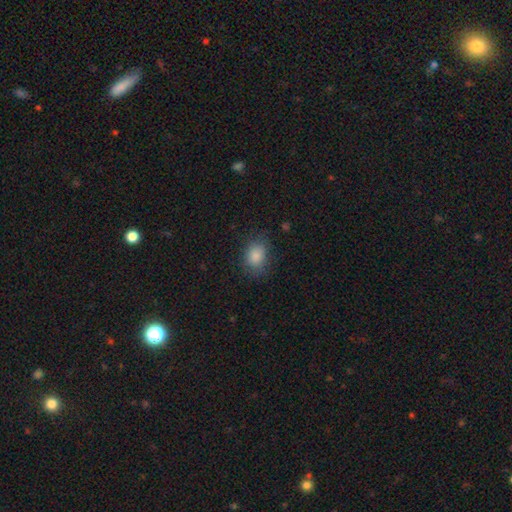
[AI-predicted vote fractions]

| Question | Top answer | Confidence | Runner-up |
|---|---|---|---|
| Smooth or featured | smooth | 85% | star or artifact (10%) |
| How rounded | in between | 62% | round (37%) |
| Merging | none | 74% | minor disturbance (18%) |